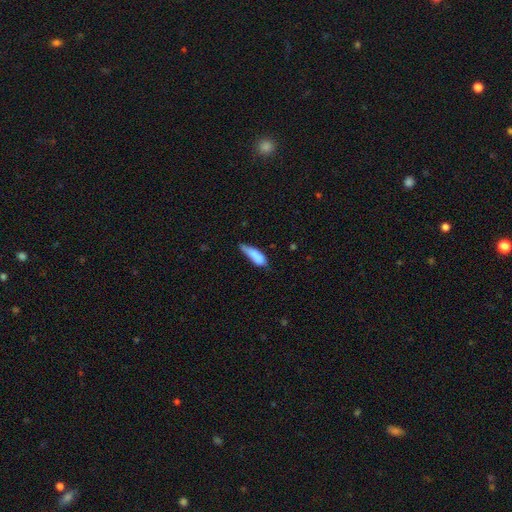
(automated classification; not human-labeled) Smooth or featured: smooth — 77% (featured or disk — 16%)
How rounded: cigar-shaped — 54% (in between — 44%)
Merging: none — 41% (minor disturbance — 37%)